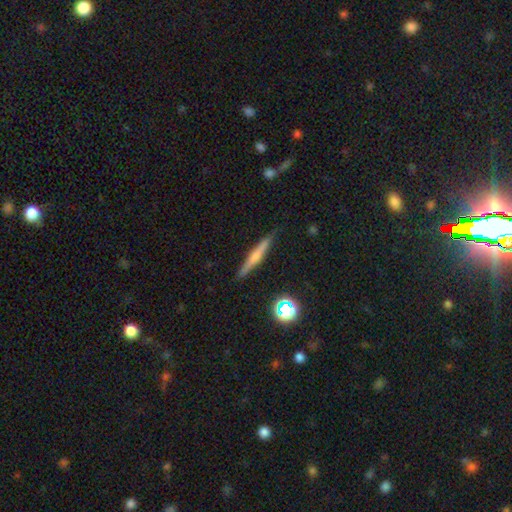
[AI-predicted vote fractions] This is possibly a featured or disk galaxy (51%). It is clearly viewed edge-on (97%). Merging: clearly none (88%).